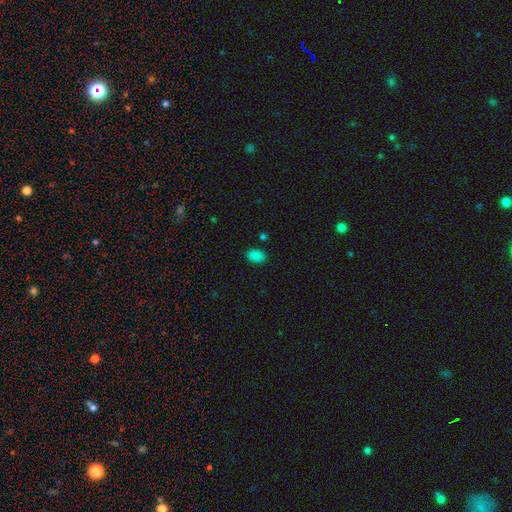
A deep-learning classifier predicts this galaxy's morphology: Overall: smooth (85%). How rounded: in between (86%). Merging: none (86%).